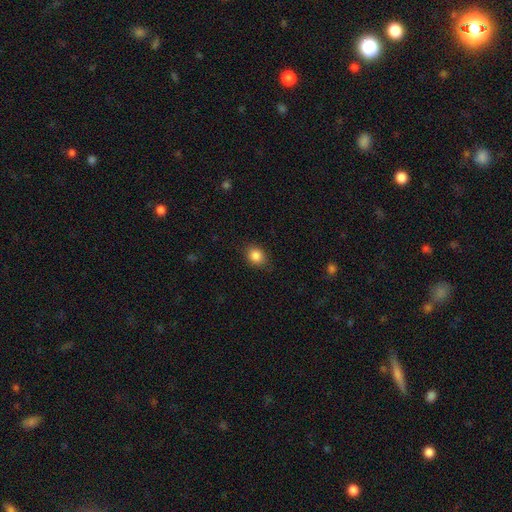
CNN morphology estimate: A smooth galaxy with no disk features (86%) that is round (54%). Merging: none (84%).